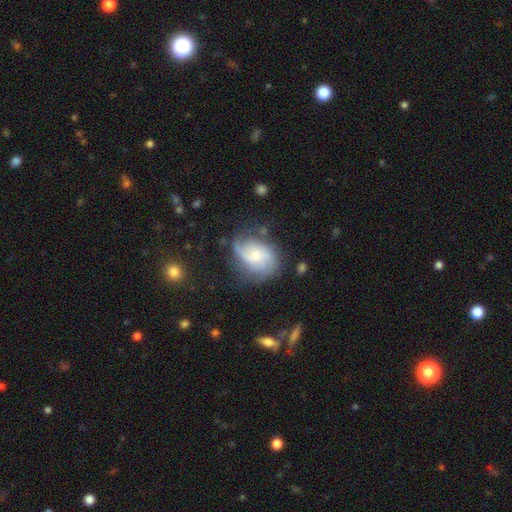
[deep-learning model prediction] Smooth or featured: featured or disk — 70% (smooth — 22%)
Edge-on disk: no — 97% (yes — 3%)
Bar: no — 65% (weak — 31%)
Spiral arms: yes — 92% (no — 8%)
Spiral winding: medium — 43% (loose — 33%)
Spiral arm count: 2 — 43% (can't tell — 23%)
Bulge size: small — 48% (moderate — 42%)
Merging: none — 62% (minor disturbance — 23%)